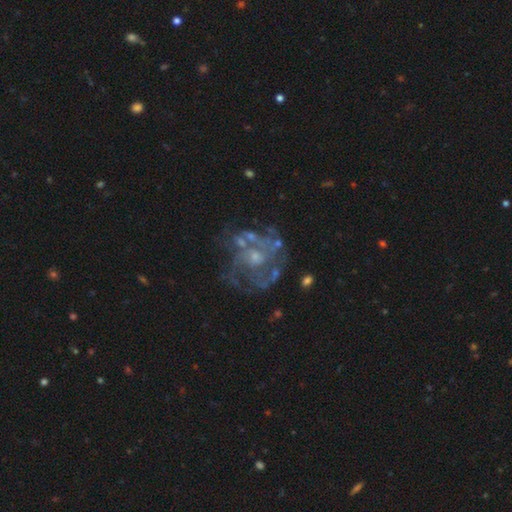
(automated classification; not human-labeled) Morphology: type=featured or disk (82%); edge-on=no (98%); bar=no (77%); spiral arms=yes (76%); winding=tight (44%); arm count=can't tell (39%); bulge=small (51%); merging=none (55%).